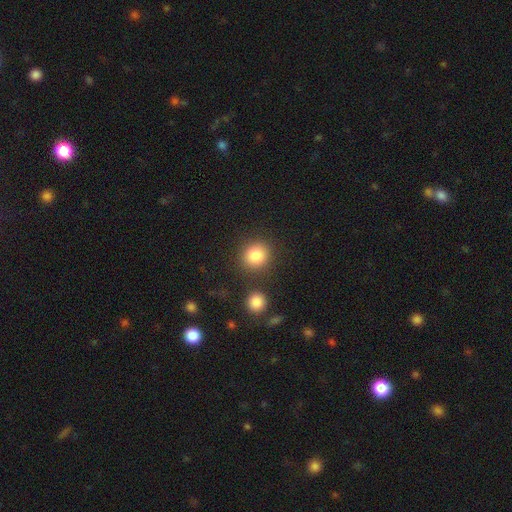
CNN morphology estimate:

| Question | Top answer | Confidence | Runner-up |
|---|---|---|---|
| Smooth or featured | smooth | 84% | star or artifact (10%) |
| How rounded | round | 86% | in between (13%) |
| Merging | none | 81% | minor disturbance (8%) |